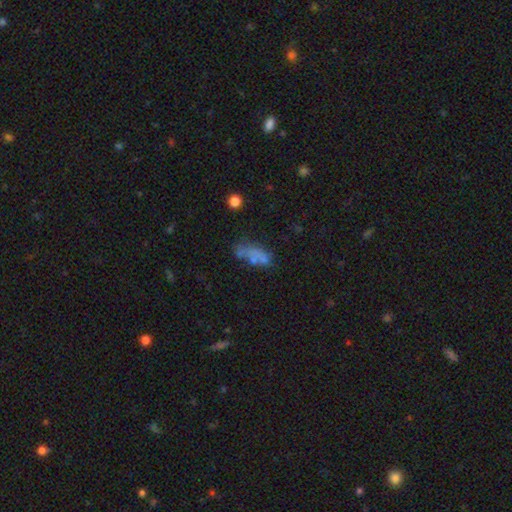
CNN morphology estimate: Smooth or featured? Predicted: smooth (p=0.56). How rounded? Predicted: in between (p=0.76). Merging? Predicted: none (p=0.39).